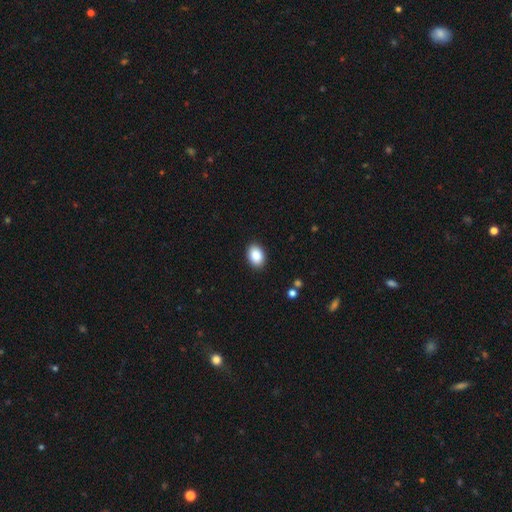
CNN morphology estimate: A smooth galaxy with no disk features (88%) that is in between round and cigar-shaped (81%).

Vote fractions:
- Smooth or featured? smooth: 88% / star or artifact: 8% / featured or disk: 5%
- How rounded? in between: 81% / round: 18% / cigar-shaped: 1%
- Merging? none: 90% / minor disturbance: 7% / major disturbance: 2% / merger: 1%